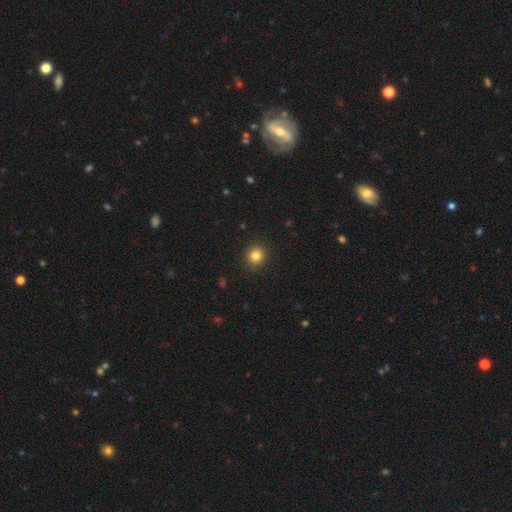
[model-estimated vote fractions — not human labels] Smooth or featured? smooth (83%)
How rounded? round (86%)
Merging? none (90%)